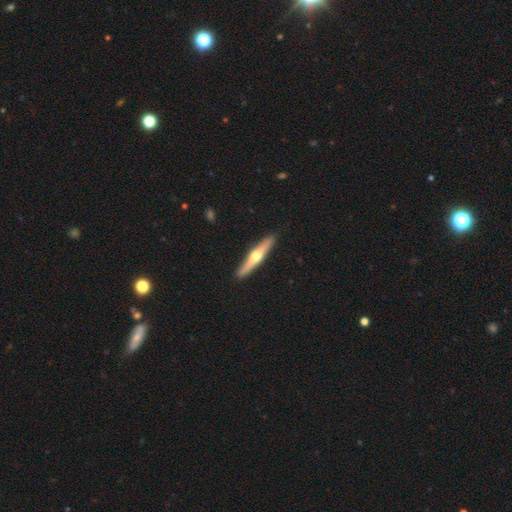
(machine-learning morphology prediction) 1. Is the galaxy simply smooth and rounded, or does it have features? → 65% featured or disk, 31% smooth, 5% star or artifact.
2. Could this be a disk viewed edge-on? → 96% yes, 4% no.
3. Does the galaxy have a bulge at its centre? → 94% rounded, 4% none, 2% boxy.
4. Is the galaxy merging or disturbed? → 90% none, 7% minor disturbance, 1% major disturbance, 1% merger.